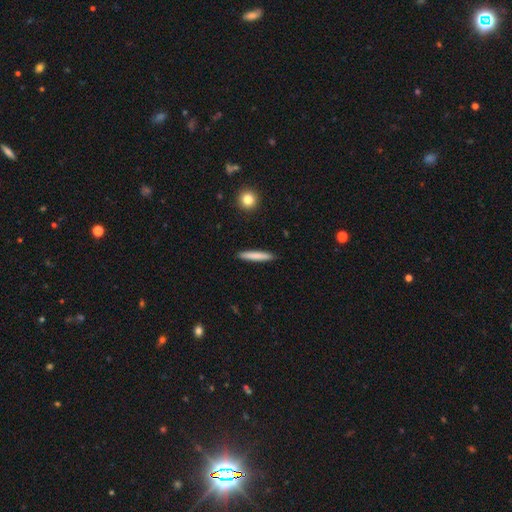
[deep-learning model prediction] This is likely a smooth galaxy (79%). How rounded: clearly cigar-shaped (94%). Merging: clearly none (91%).